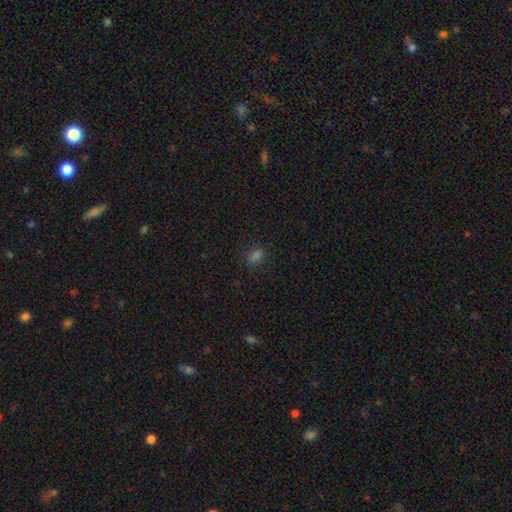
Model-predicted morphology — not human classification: This is likely a smooth galaxy (73%). How rounded: likely in between (76%). Merging: clearly none (82%).